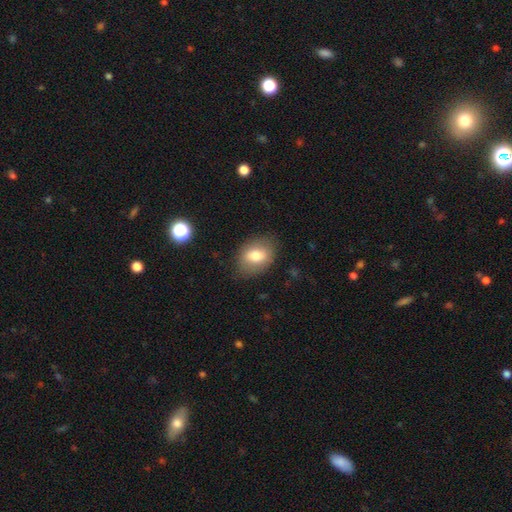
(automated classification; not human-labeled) This appears to be a smooth galaxy with no disk features (75%) that is in between round and cigar-shaped (73%). Merging: none (79%).